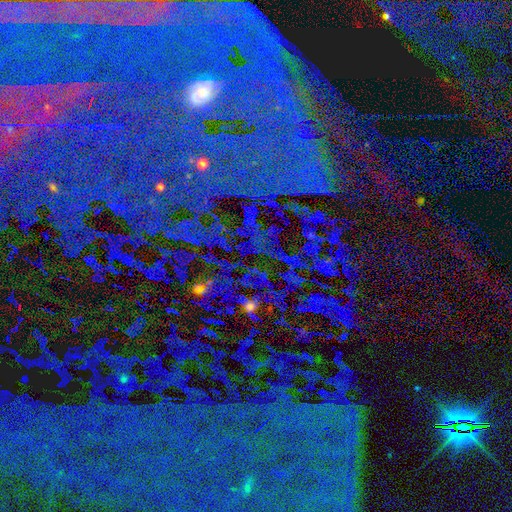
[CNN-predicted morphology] This appears to be a star or artifact, not a galaxy (82%).